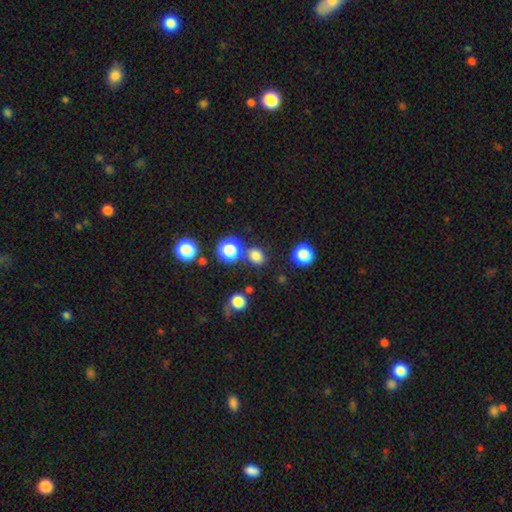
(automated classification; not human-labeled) Smooth or featured? smooth (77%)
How rounded? round (68%)
Merging? none (78%)